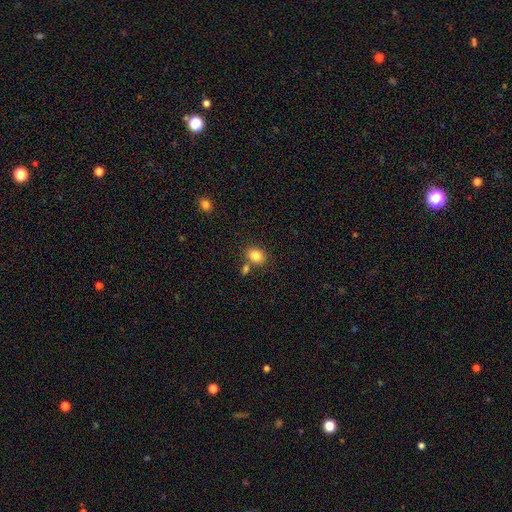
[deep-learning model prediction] smooth-or-featured: smooth: 84% | star or artifact: 10% | featured or disk: 6%
  how-rounded: in between: 53% | round: 46% | cigar-shaped: 1%
  merging: none: 67% | merger: 18% | minor disturbance: 12% | major disturbance: 3%